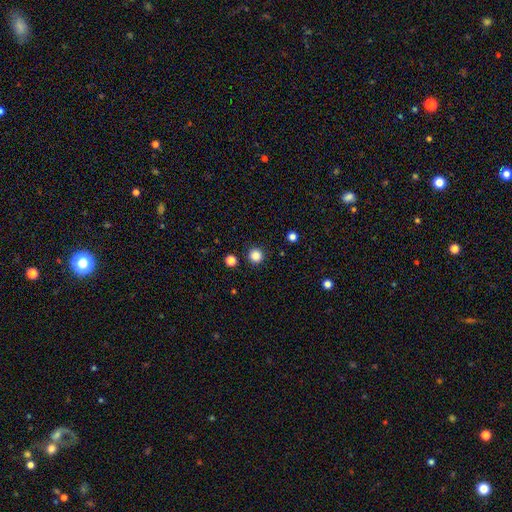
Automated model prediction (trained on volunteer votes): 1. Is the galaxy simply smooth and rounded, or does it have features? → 85% smooth, 12% star or artifact, 3% featured or disk.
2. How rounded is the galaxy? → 96% round, 3% in between, 1% cigar-shaped.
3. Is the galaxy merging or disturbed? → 92% none, 5% minor disturbance, 2% major disturbance, 2% merger.